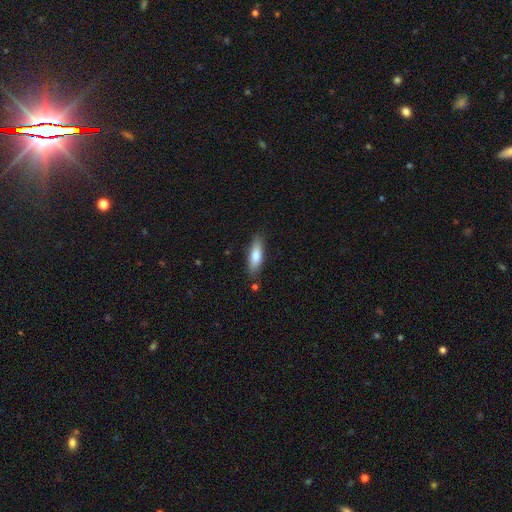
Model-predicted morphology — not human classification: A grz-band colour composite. It shows a smooth galaxy with no disk features (78%) that is cigar-shaped (50%). Merging: none (82%).